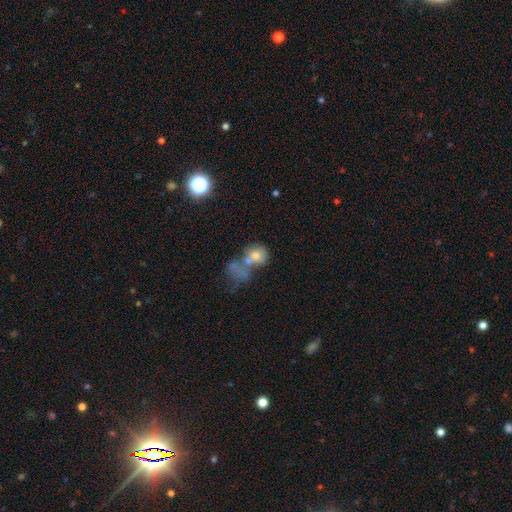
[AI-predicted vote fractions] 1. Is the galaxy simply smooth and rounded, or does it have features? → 66% smooth, 22% featured or disk, 12% star or artifact.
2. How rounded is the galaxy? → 60% round, 39% in between, 2% cigar-shaped.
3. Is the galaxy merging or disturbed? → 55% merger, 21% none, 15% major disturbance, 10% minor disturbance.